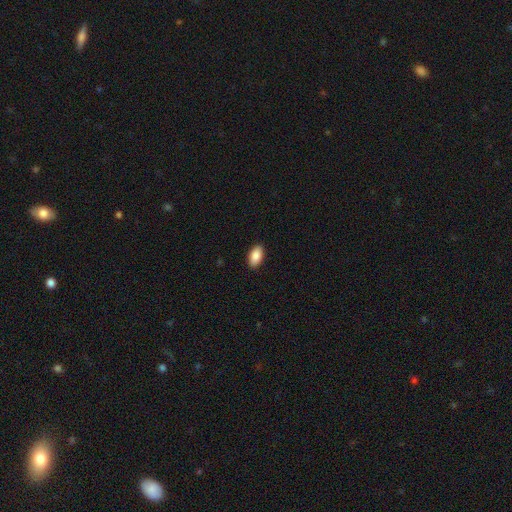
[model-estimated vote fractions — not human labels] A smooth galaxy with no disk features (89%) that is in between round and cigar-shaped (94%). Merging: none (90%).